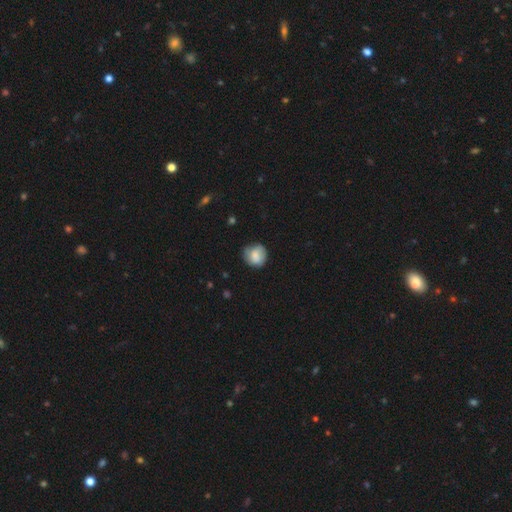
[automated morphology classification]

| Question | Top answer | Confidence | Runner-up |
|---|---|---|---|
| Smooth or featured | smooth | 79% | featured or disk (13%) |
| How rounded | round | 82% | in between (17%) |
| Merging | none | 67% | minor disturbance (25%) |